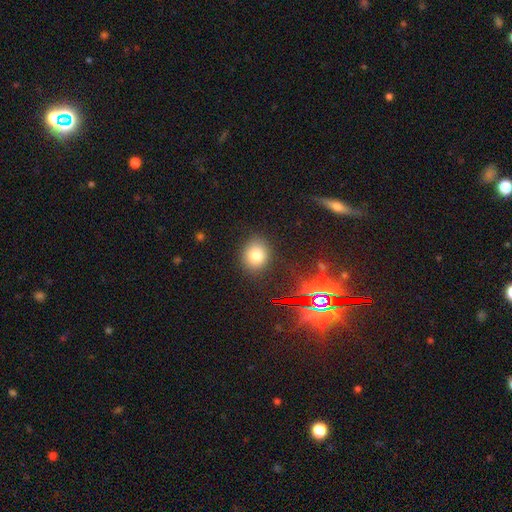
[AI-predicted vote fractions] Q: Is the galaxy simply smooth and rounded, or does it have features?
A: smooth — 76%.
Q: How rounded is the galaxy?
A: round — 71%.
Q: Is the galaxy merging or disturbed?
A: none — 87%.